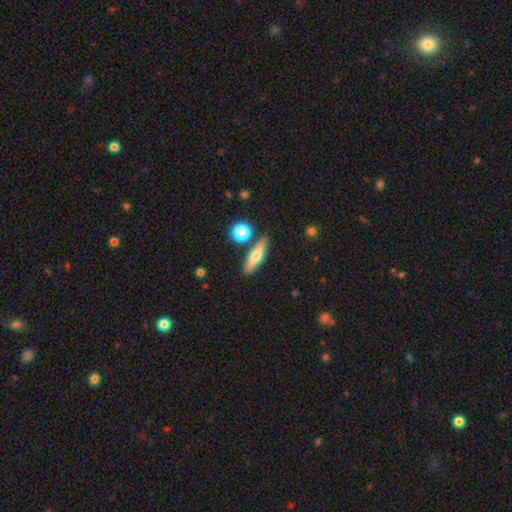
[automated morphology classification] A smooth galaxy with no disk features (66%) that is cigar-shaped (54%). Merging: none (80%).